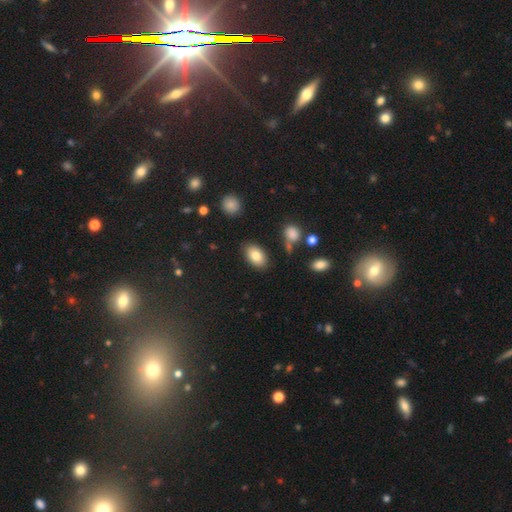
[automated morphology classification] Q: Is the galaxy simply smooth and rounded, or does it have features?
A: smooth — 83%.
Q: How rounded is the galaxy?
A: in between — 91%.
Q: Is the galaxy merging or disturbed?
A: none — 82%.